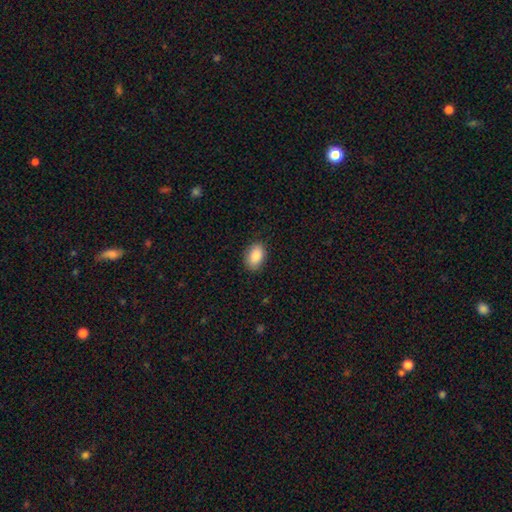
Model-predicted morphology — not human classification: Smooth or featured: smooth — 89% (star or artifact — 7%)
How rounded: in between — 87% (round — 12%)
Merging: none — 86% (minor disturbance — 10%)